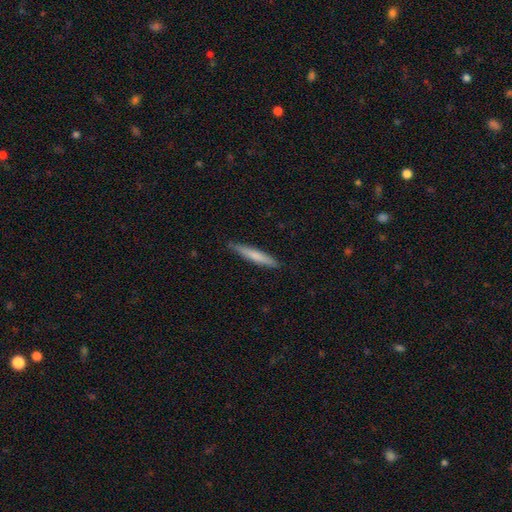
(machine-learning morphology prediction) The model was most divided on "smooth or featured": smooth: 69%, featured or disk: 26%, star or artifact: 5%. More confident: how rounded — cigar-shaped (93%); merging — none (87%).